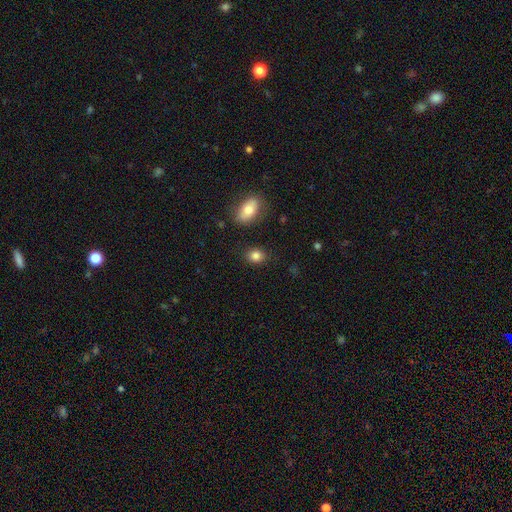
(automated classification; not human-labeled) A smooth galaxy with no disk features (84%) that is in between round and cigar-shaped (59%). Merging: none (85%).